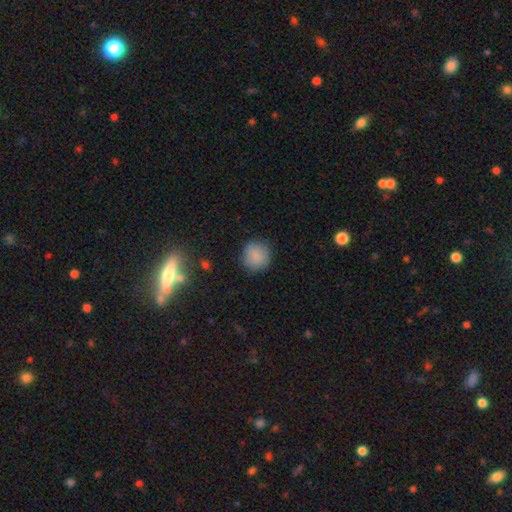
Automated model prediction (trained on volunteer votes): Q: Smooth or featured?
A: smooth (84%); runner-up: star or artifact (9%)
Q: How rounded?
A: round (91%); runner-up: in between (8%)
Q: Merging?
A: none (82%); runner-up: minor disturbance (13%)